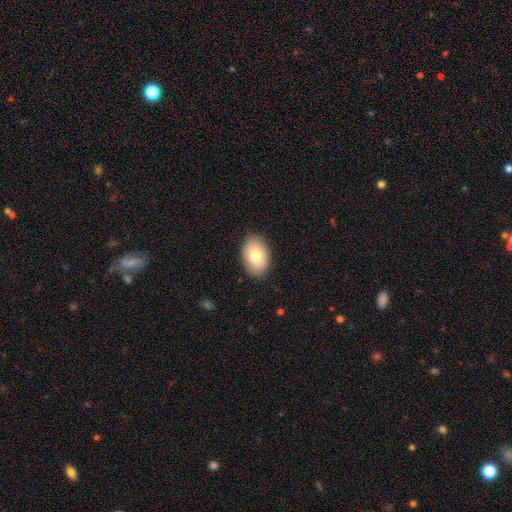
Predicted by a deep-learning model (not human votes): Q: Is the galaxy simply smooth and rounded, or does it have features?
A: smooth — 77%.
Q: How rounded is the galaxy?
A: in between — 89%.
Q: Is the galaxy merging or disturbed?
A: none — 86%.